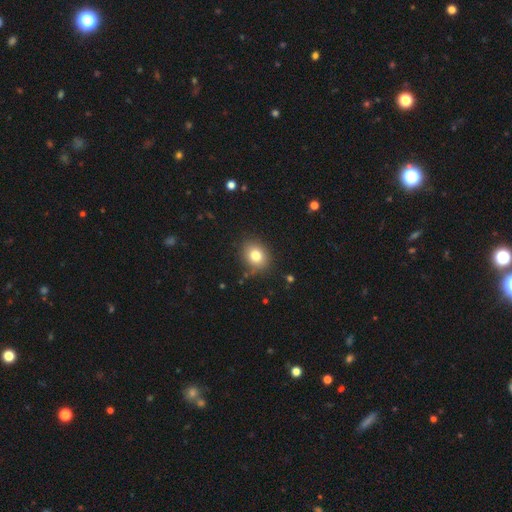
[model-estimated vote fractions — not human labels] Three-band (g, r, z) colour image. It shows a smooth galaxy with no disk features (78%) that is round (65%). Merging: none (83%).